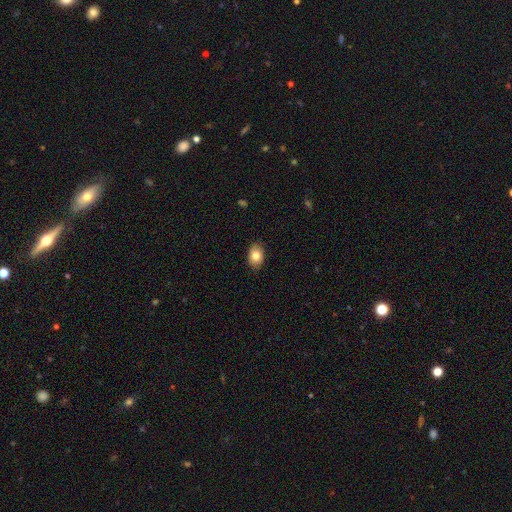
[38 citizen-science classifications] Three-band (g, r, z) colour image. It shows a smooth galaxy with no disk features (84%) that is in between round and cigar-shaped (78%). Merging: none (86%).